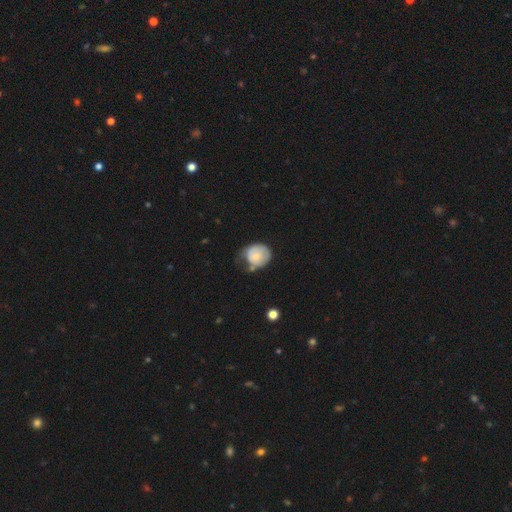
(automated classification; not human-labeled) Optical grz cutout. It shows a smooth galaxy with no disk features (64%) that is round (76%). Merging: minor disturbance (38%).